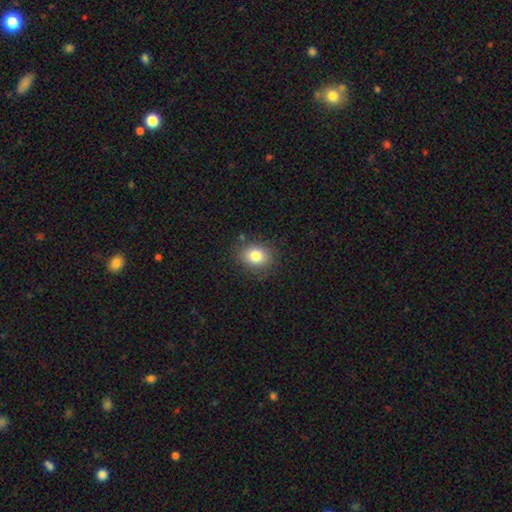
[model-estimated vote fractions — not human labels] This appears to be a smooth galaxy with no disk features (81%) that is round (58%). Merging: none (82%).